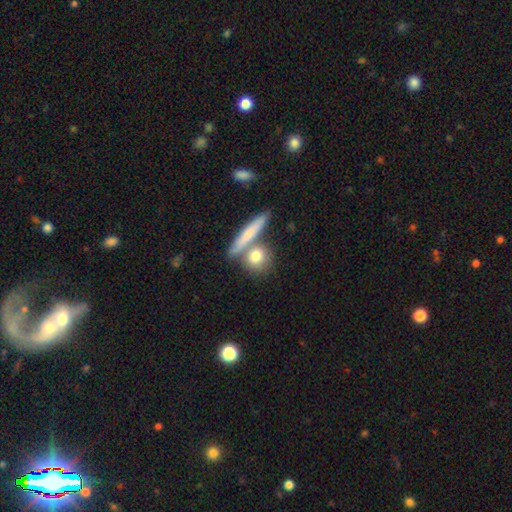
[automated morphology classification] Smooth or featured? smooth (76%)
How rounded? round (63%)
Merging? none (62%)